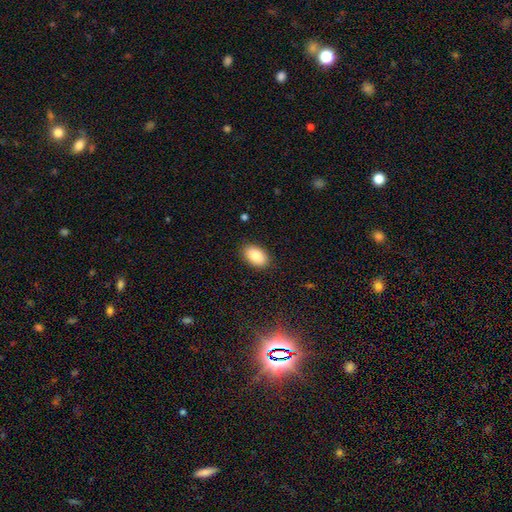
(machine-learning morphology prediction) smooth 87%, star or artifact 7%, featured or disk 6%. Down the decision tree: how rounded — in between (92%); merging — none (87%).